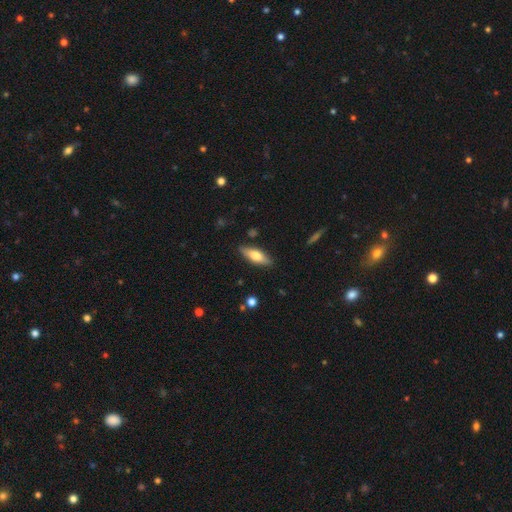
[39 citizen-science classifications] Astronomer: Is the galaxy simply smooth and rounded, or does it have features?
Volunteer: smooth — 54% (runner-up: featured or disk, 46%).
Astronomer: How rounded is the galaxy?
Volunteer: in between — 62%.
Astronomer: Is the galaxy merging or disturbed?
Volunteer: none — 85%.